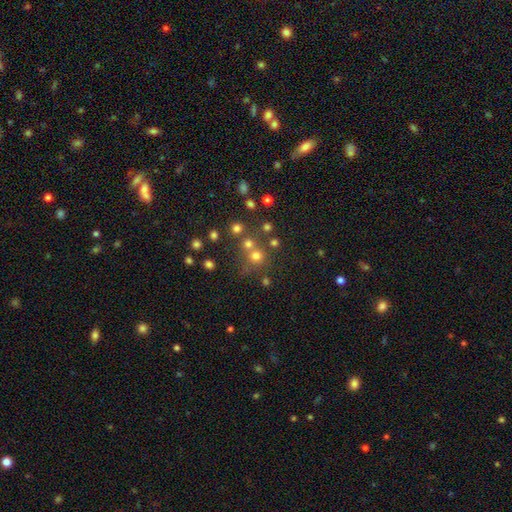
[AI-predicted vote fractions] smooth-or-featured: smooth: 66% | star or artifact: 23% | featured or disk: 11%
  how-rounded: round: 91% | in between: 8% | cigar-shaped: 1%
  merging: none: 62% | merger: 26% | minor disturbance: 8% | major disturbance: 4%